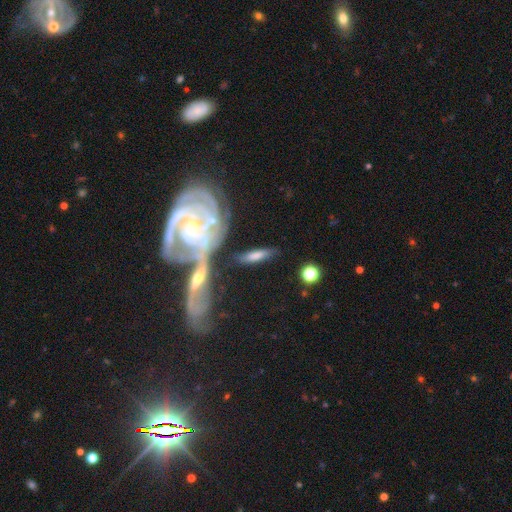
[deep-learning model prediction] Morphology: type=smooth (54%); roundness=cigar-shaped (59%); merging=none (64%).